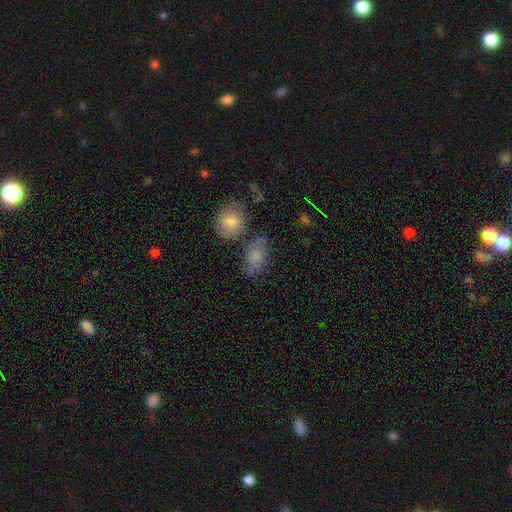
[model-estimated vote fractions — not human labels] This appears to be a smooth galaxy with no disk features (74%) that is in between round and cigar-shaped (81%). Merging: none (59%).